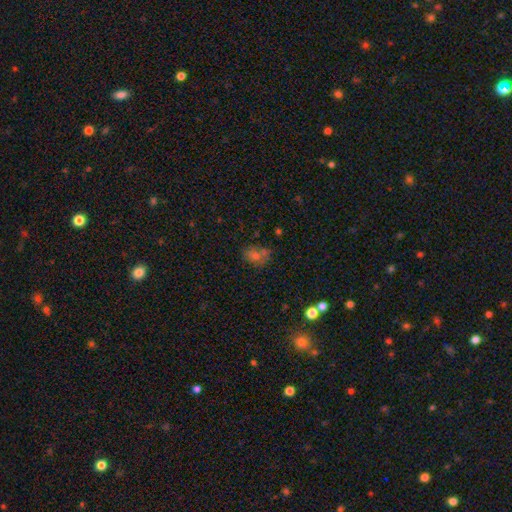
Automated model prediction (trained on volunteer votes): smooth_or_featured: smooth (p=0.55) [alt: star or artifact p=0.28]
how_rounded: in between (p=0.53) [alt: round p=0.45]
merging: none (p=0.62) [alt: minor disturbance p=0.17]